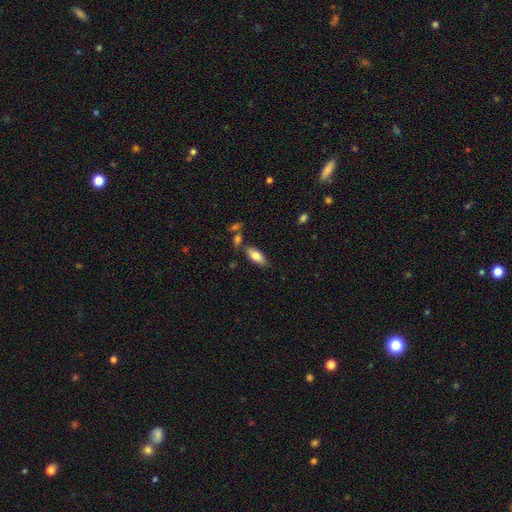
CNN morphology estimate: smooth_or_featured: smooth (p=0.78) [alt: featured or disk p=0.15]
how_rounded: in between (p=0.84) [alt: cigar-shaped p=0.14]
merging: none (p=0.75) [alt: minor disturbance p=0.14]